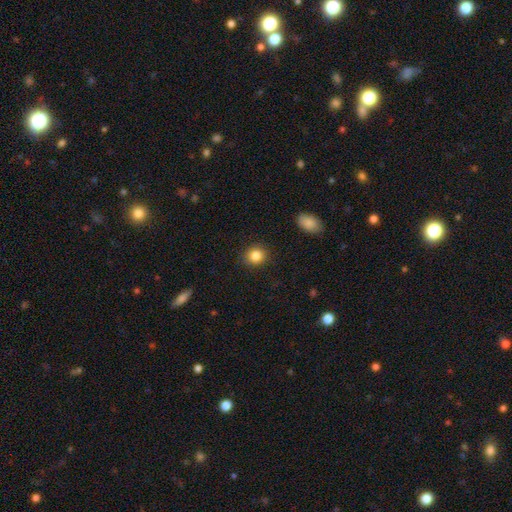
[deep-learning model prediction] Morphology: type=smooth (85%); roundness=round (81%); merging=none (89%).